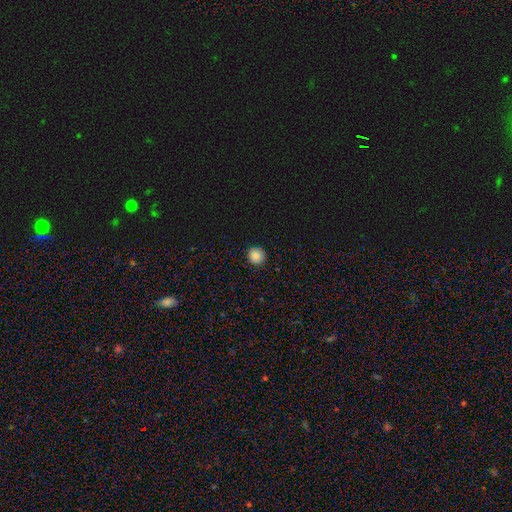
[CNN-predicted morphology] smooth 85%, star or artifact 11%, featured or disk 3%. Down the decision tree: how rounded — round (94%); merging — none (92%).